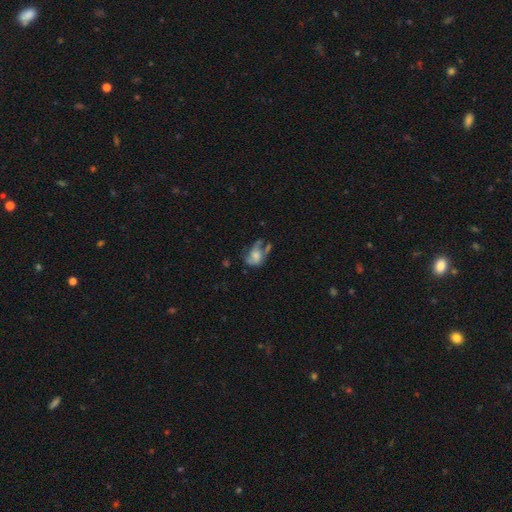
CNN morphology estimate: Smooth or featured? featured or disk (48%)
Merging? major disturbance (31%)